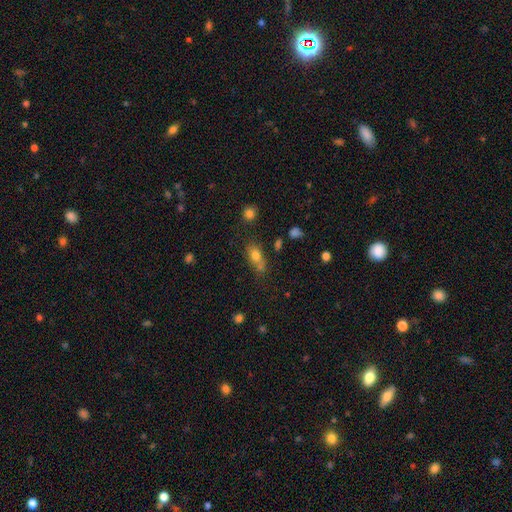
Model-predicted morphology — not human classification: smooth_or_featured: smooth (p=0.75) [alt: star or artifact p=0.13]
how_rounded: in between (p=0.69) [alt: round p=0.23]
merging: none (p=0.48) [alt: merger p=0.28]